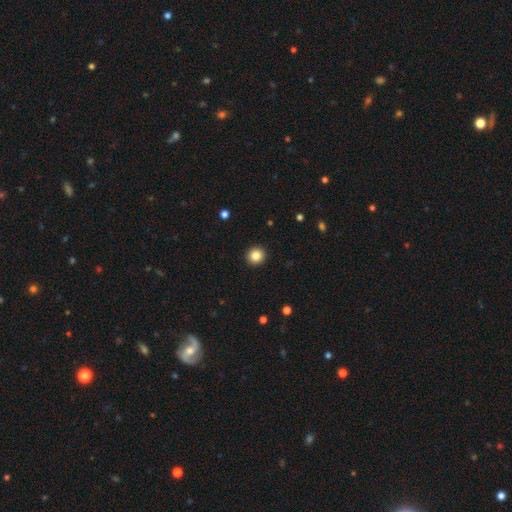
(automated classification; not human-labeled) Smooth or featured? smooth (85%)
How rounded? round (94%)
Merging? none (93%)